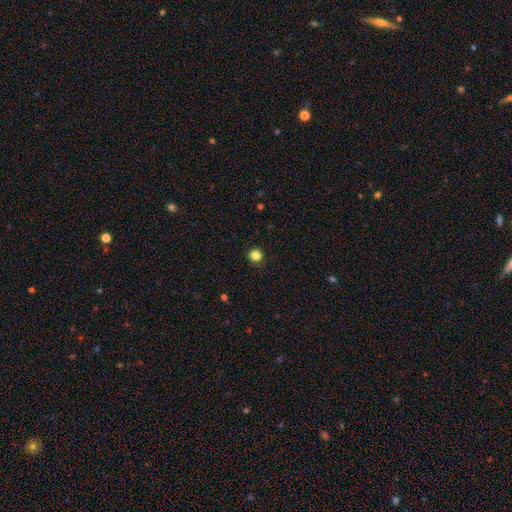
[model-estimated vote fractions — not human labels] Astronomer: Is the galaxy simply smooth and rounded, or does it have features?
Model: smooth — 83%.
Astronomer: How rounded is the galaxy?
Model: round — 94%.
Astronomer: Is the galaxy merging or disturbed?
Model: none — 92%.